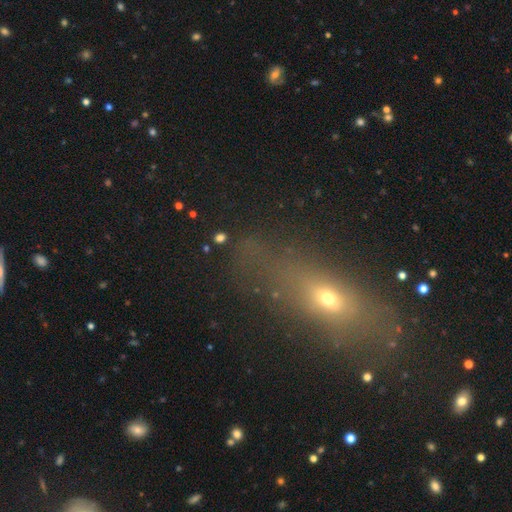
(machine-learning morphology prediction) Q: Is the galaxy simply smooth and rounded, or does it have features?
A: smooth — 45%.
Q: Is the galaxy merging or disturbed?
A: none — 71%.